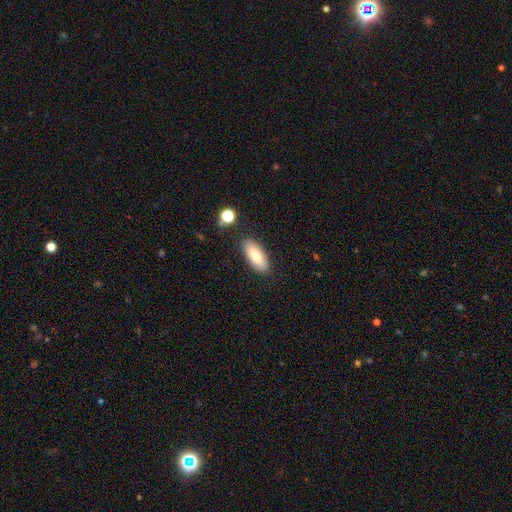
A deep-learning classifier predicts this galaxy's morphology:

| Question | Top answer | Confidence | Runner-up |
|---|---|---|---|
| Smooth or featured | smooth | 80% | featured or disk (13%) |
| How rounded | in between | 81% | cigar-shaped (17%) |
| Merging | none | 85% | minor disturbance (10%) |